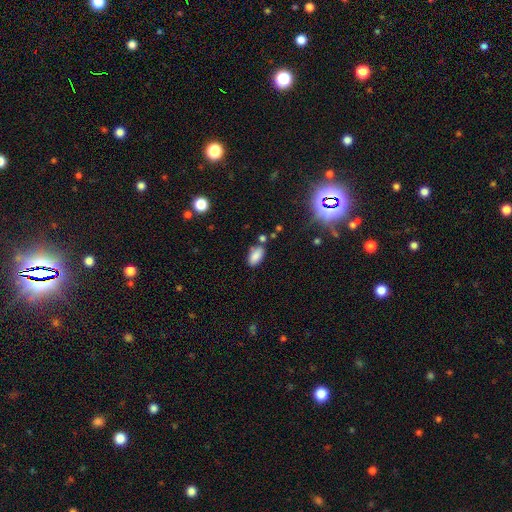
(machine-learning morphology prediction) The model was most divided on "merging": none: 73%, minor disturbance: 16%, merger: 8%, major disturbance: 4%. More confident: how rounded — in between (92%); smooth or featured — smooth (85%).